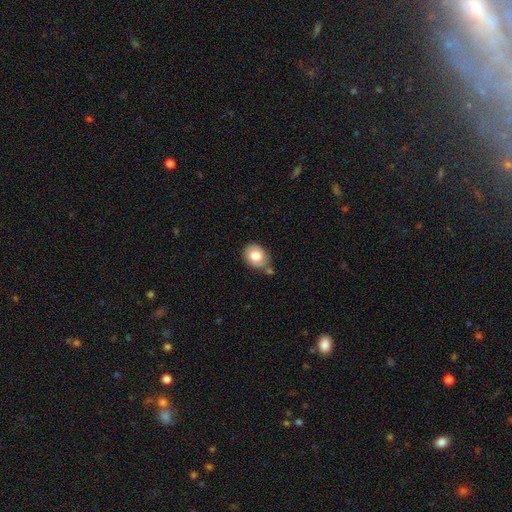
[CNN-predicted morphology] smooth_or_featured: smooth (p=0.74) [alt: featured or disk p=0.18]
how_rounded: in between (p=0.55) [alt: round p=0.44]
merging: none (p=0.62) [alt: minor disturbance p=0.22]